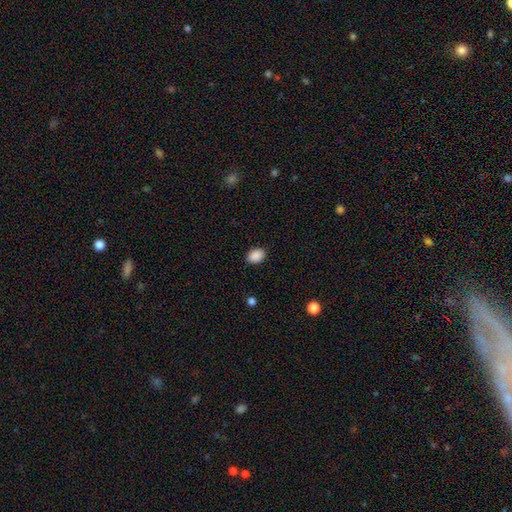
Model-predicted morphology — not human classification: This is clearly a smooth galaxy (90%). How rounded: likely in between (79%). Merging: clearly none (88%).